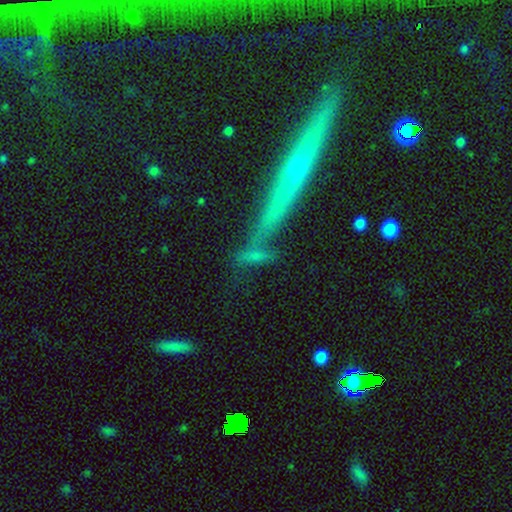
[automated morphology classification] A smooth galaxy with no disk features (47%). Merging: none (59%).